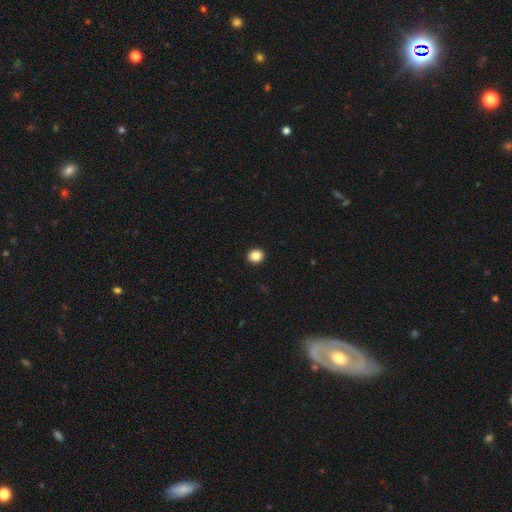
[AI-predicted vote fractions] smooth_or_featured: smooth (p=0.86) [alt: star or artifact p=0.10]
how_rounded: round (p=0.75) [alt: in between p=0.24]
merging: none (p=0.93) [alt: minor disturbance p=0.04]